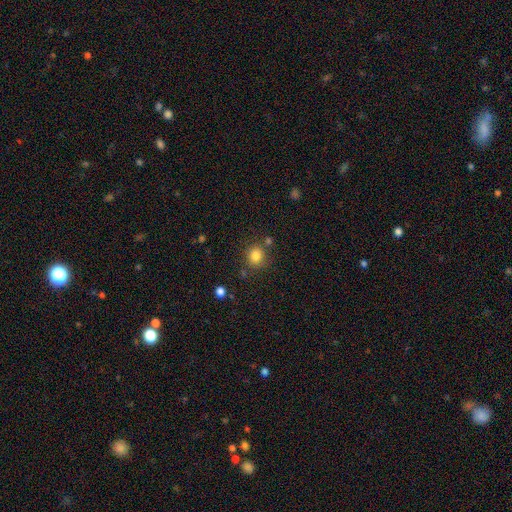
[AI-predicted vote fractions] Overall: smooth (82%). How rounded: round (83%). Merging: none (76%).